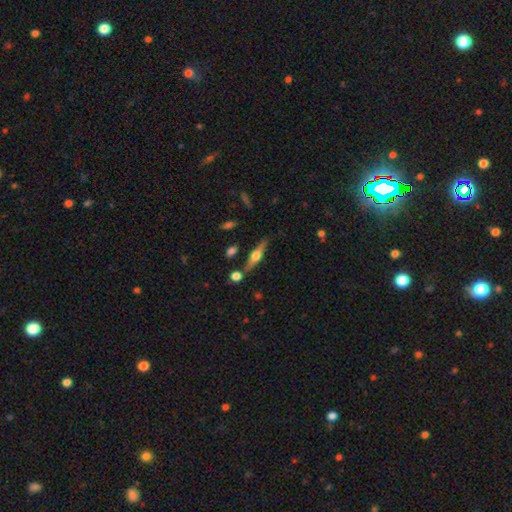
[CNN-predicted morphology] This appears to be a featured or disk galaxy (71%) viewed edge-on (96%) with a rounded central bulge (92%). Merging: none (78%).